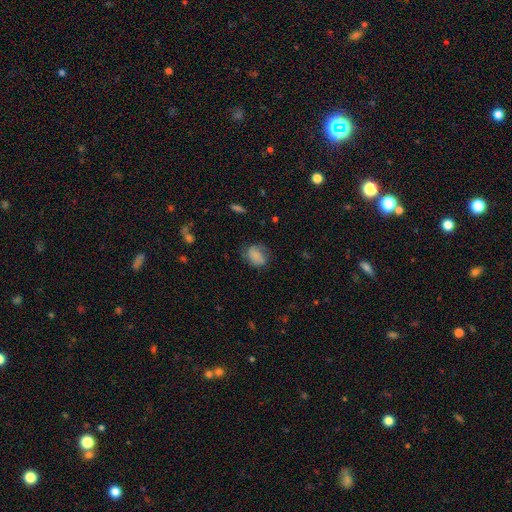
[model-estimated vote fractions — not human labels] Morphology: type=smooth (68%); roundness=in between (67%); merging=none (57%).